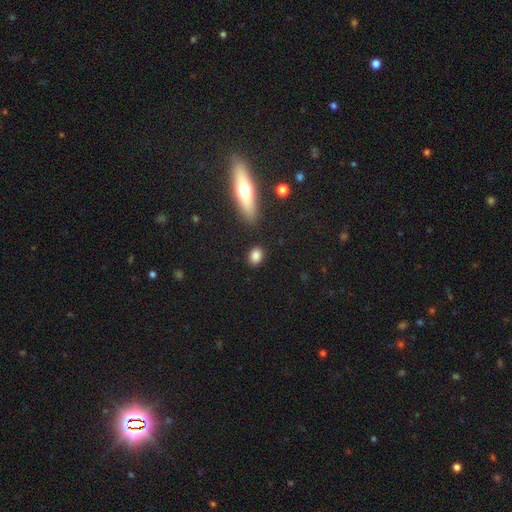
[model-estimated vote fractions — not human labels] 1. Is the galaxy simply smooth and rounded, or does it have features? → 85% smooth, 9% star or artifact, 6% featured or disk.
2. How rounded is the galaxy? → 55% in between, 42% round, 3% cigar-shaped.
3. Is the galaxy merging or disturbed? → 85% none, 9% minor disturbance, 3% major disturbance, 2% merger.